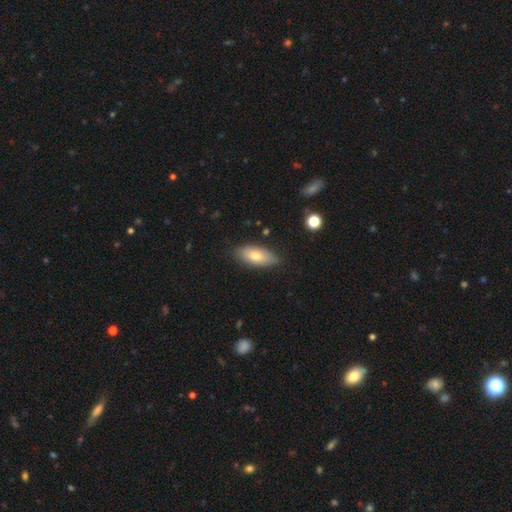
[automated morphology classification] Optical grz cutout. It shows a smooth galaxy with no disk features (74%) that is in between round and cigar-shaped (85%). Merging: none (82%).